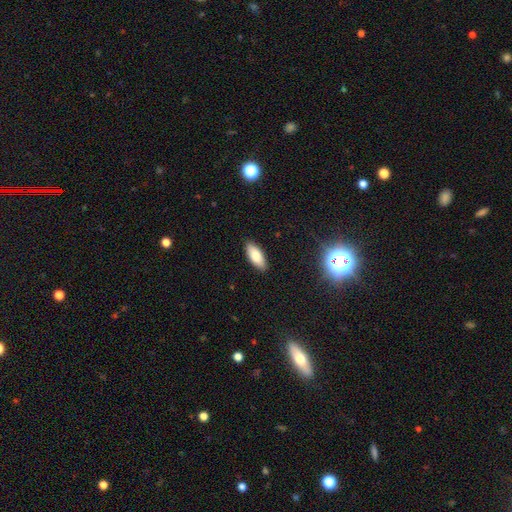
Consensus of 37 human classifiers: smooth 81%, featured or disk 11%, star or artifact 8%. Down the decision tree: how rounded — in between (90%); merging — none (85%).